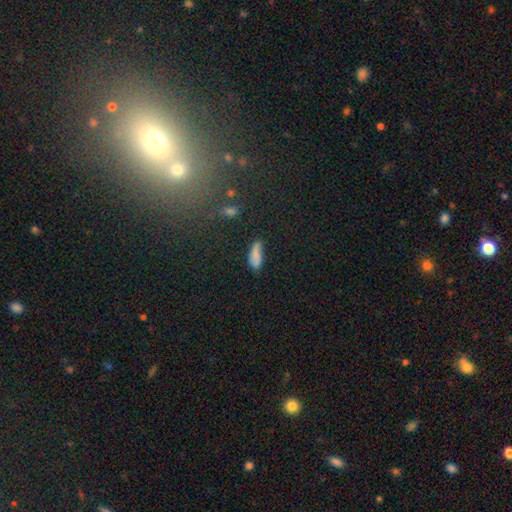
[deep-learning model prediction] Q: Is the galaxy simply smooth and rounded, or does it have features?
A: smooth — 72%.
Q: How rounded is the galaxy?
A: in between — 71%.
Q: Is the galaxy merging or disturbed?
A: none — 45%.